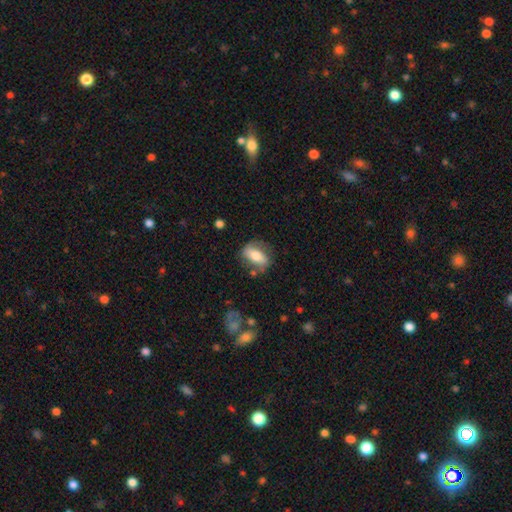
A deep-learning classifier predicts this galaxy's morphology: Smooth or featured: smooth — 54% (featured or disk — 39%)
How rounded: in between — 75% (round — 16%)
Merging: none — 68% (minor disturbance — 20%)